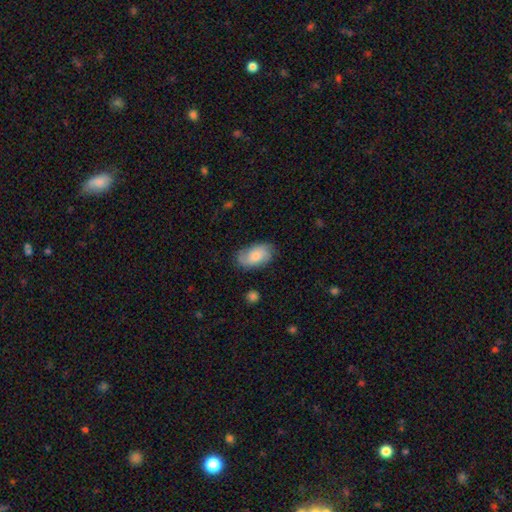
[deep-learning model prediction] Smooth or featured?
  - smooth: 65% *
  - featured or disk: 28%
  - star or artifact: 7%
How rounded?
  - in between: 92% *
  - round: 6%
  - cigar-shaped: 2%
Merging?
  - none: 71% *
  - minor disturbance: 21%
  - major disturbance: 6%
  - merger: 2%